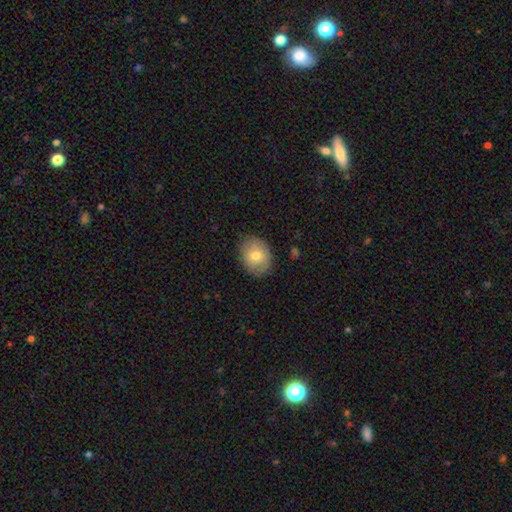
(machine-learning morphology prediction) A smooth galaxy with no disk features (70%) that is in between round and cigar-shaped (54%). Merging: none (81%).